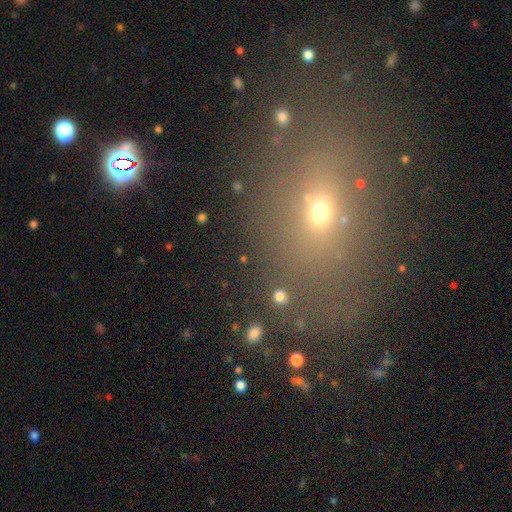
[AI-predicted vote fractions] This is possibly a smooth galaxy (55%). How rounded: likely in between (68%). Merging: likely none (79%).